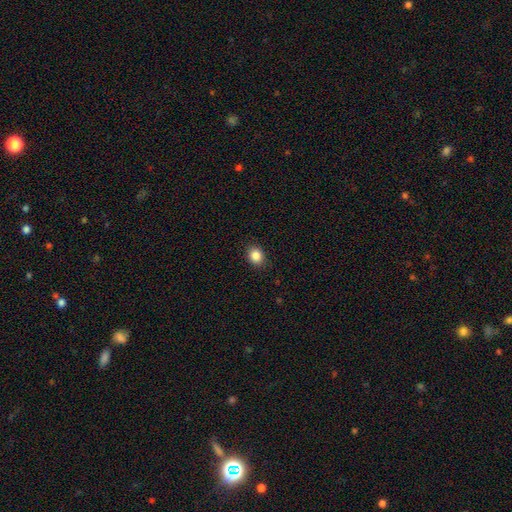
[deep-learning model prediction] smooth-or-featured: smooth: 86% | star or artifact: 10% | featured or disk: 4%
  how-rounded: round: 56% | in between: 43% | cigar-shaped: 1%
  merging: none: 90% | minor disturbance: 7% | major disturbance: 2% | merger: 1%